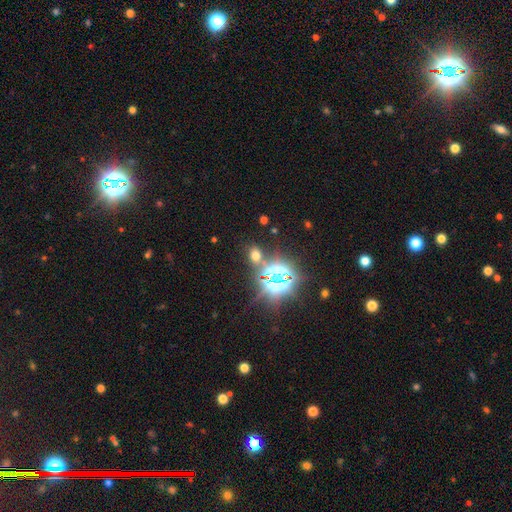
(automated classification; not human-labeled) The model was most divided on "smooth or featured": star or artifact: 47%, smooth: 45%, featured or disk: 8%.